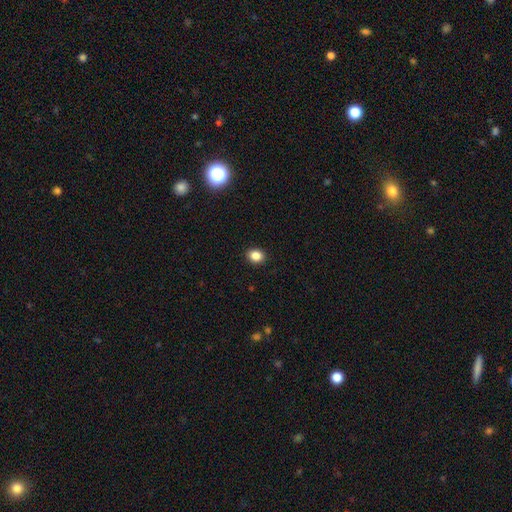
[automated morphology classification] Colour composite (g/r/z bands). It shows a smooth galaxy with no disk features (85%) that is round (56%). Merging: none (91%).